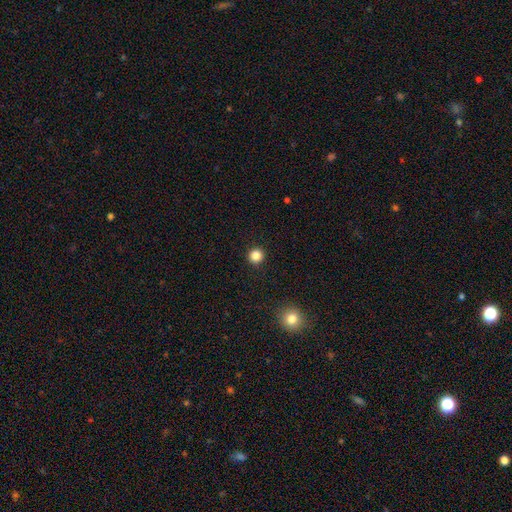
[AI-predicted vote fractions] Q: Smooth or featured?
A: smooth (84%); runner-up: star or artifact (12%)
Q: How rounded?
A: round (95%); runner-up: in between (4%)
Q: Merging?
A: none (93%); runner-up: minor disturbance (4%)